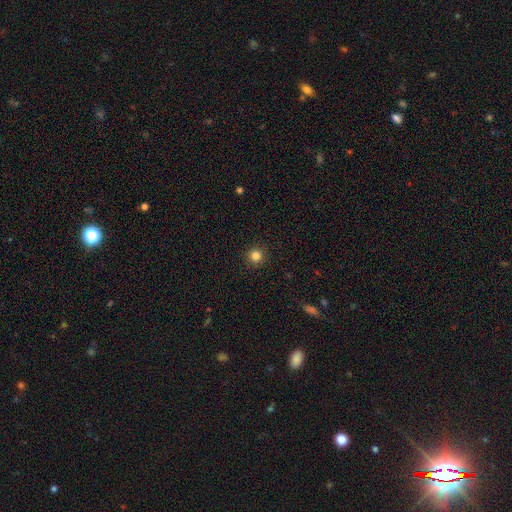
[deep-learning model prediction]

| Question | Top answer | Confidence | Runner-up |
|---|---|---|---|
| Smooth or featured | smooth | 83% | star or artifact (12%) |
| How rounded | round | 95% | in between (4%) |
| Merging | none | 92% | minor disturbance (5%) |